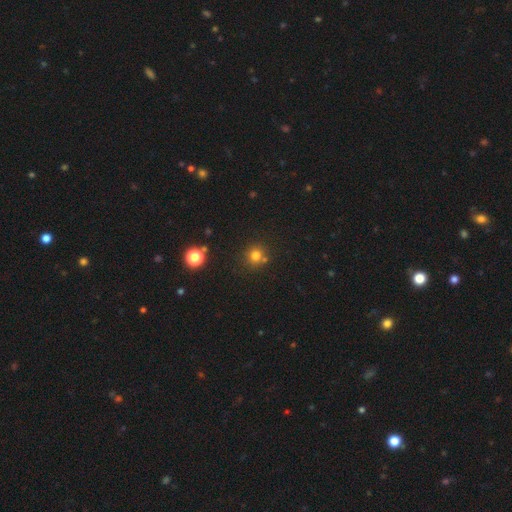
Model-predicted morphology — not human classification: This is likely a smooth galaxy (76%). How rounded: clearly round (91%). Merging: likely none (75%).